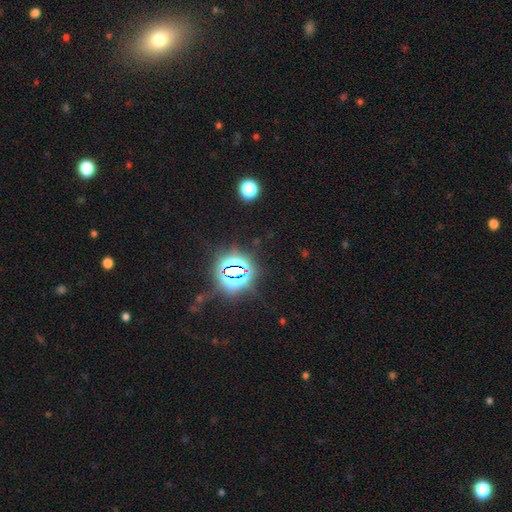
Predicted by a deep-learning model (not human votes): Smooth or featured?
  - star or artifact: 80% *
  - smooth: 13%
  - featured or disk: 7%